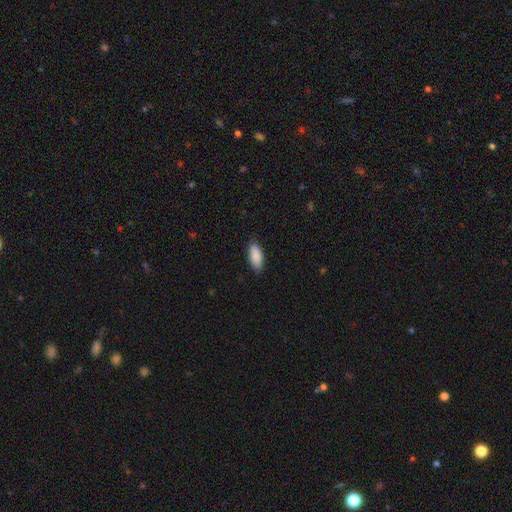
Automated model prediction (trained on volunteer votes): Smooth or featured?
  - smooth: 89% *
  - star or artifact: 6%
  - featured or disk: 5%
How rounded?
  - in between: 86% *
  - cigar-shaped: 12%
  - round: 2%
Merging?
  - none: 84% *
  - minor disturbance: 12%
  - major disturbance: 2%
  - merger: 1%